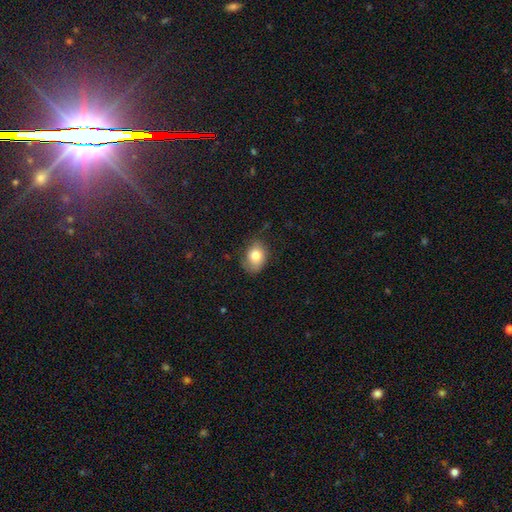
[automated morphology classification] This is likely a smooth galaxy (78%). How rounded: likely in between (68%). Merging: likely none (67%).